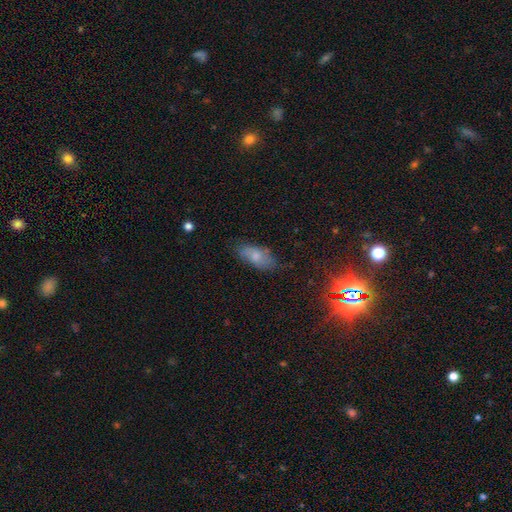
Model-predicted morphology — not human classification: Smooth or featured? smooth (69%)
How rounded? in between (86%)
Merging? none (71%)